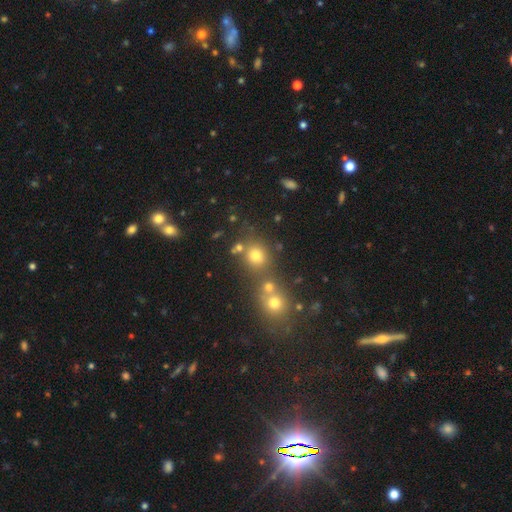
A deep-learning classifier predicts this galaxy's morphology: This appears to be a smooth galaxy with no disk features (70%) that is round (79%). Merging: none (58%).